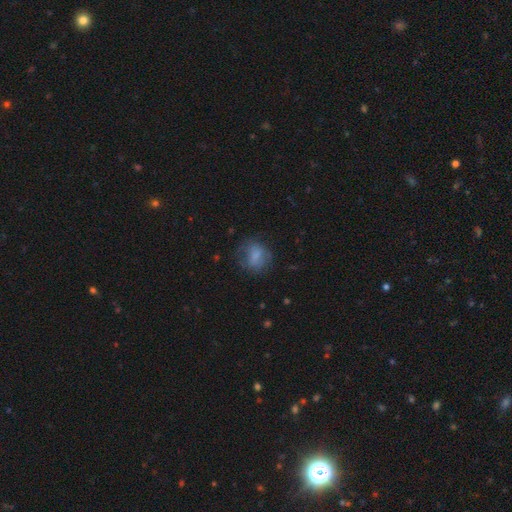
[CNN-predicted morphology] Q: Smooth or featured?
A: smooth (66%); runner-up: featured or disk (24%)
Q: How rounded?
A: round (60%); runner-up: in between (38%)
Q: Merging?
A: none (59%); runner-up: minor disturbance (22%)